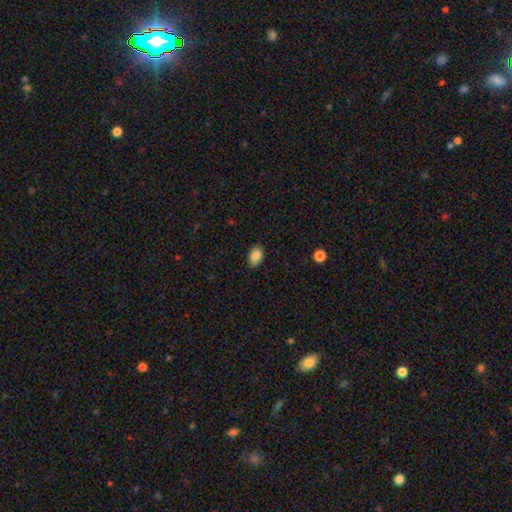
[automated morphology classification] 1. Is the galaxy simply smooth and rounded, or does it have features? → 87% smooth, 8% star or artifact, 5% featured or disk.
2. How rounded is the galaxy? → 87% in between, 12% round, 1% cigar-shaped.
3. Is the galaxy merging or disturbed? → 88% none, 9% minor disturbance, 2% major disturbance, 1% merger.